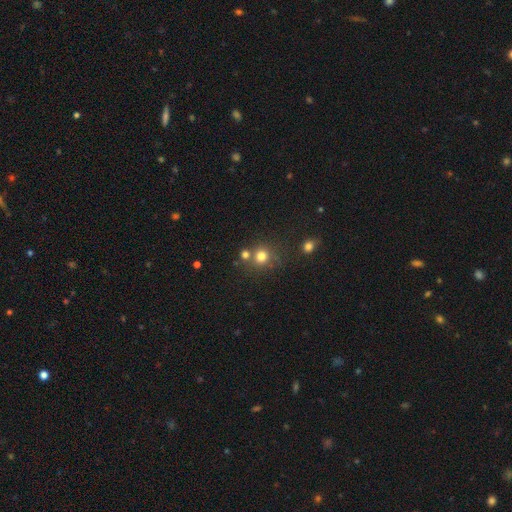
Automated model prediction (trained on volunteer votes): Smooth or featured? Predicted: smooth (p=0.61). How rounded? Predicted: round (p=0.87). Merging? Predicted: none (p=0.67).